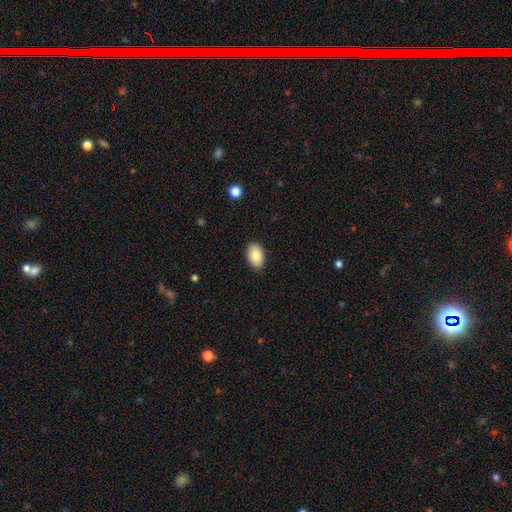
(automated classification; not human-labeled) Overall: smooth (85%). How rounded: in between (92%). Merging: none (88%).